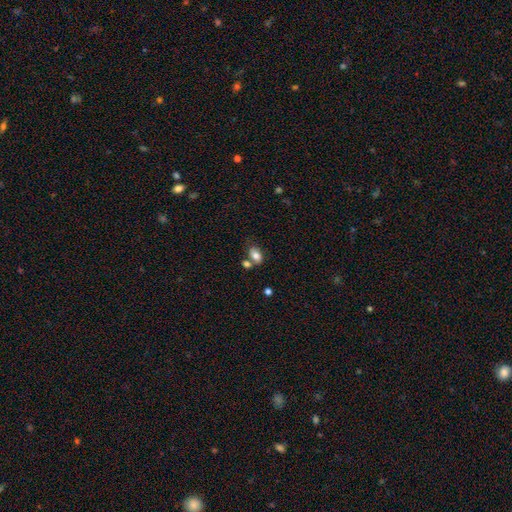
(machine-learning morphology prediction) Smooth or featured?
  - smooth: 78% *
  - featured or disk: 13%
  - star or artifact: 9%
How rounded?
  - in between: 88% *
  - round: 11%
  - cigar-shaped: 2%
Merging?
  - none: 53% *
  - merger: 26%
  - minor disturbance: 15%
  - major disturbance: 5%